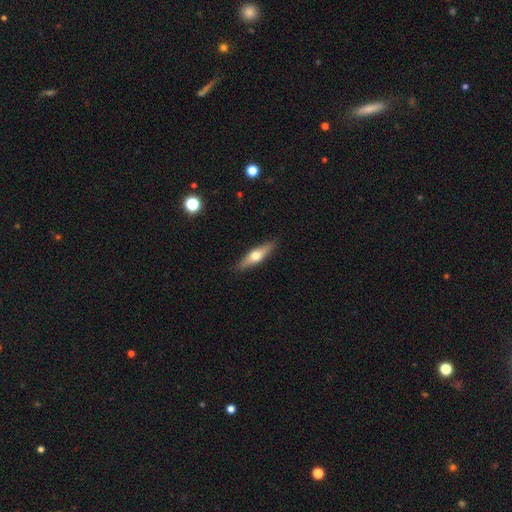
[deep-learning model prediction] A featured or disk galaxy (50%) viewed edge-on (91%). Merging: none (90%).